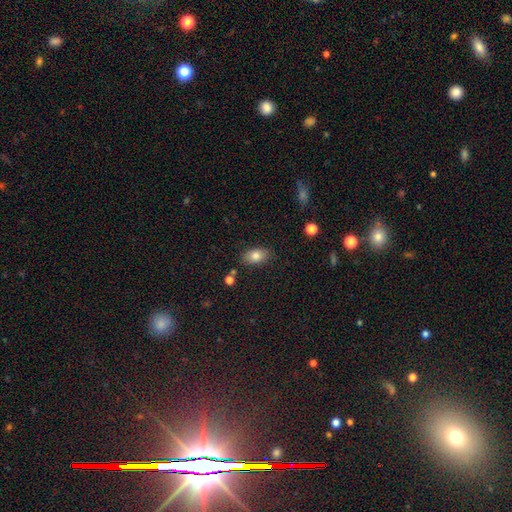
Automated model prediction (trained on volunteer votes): This appears to be a smooth galaxy with no disk features (81%) that is in between round and cigar-shaped (89%). Merging: none (82%).